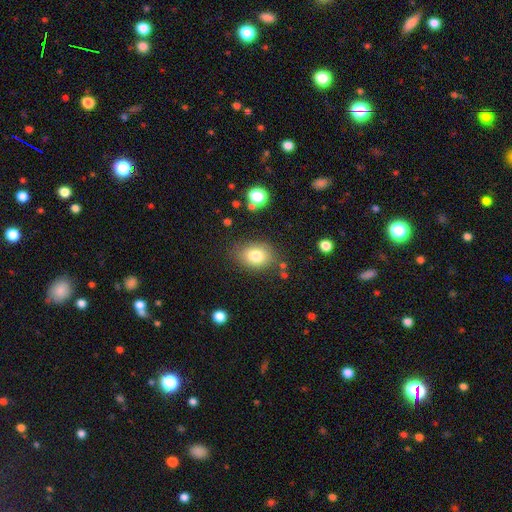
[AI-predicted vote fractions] Smooth or featured?
  - smooth: 79% *
  - featured or disk: 11%
  - star or artifact: 10%
How rounded?
  - in between: 66% *
  - round: 33%
  - cigar-shaped: 1%
Merging?
  - none: 78% *
  - minor disturbance: 14%
  - major disturbance: 4%
  - merger: 4%